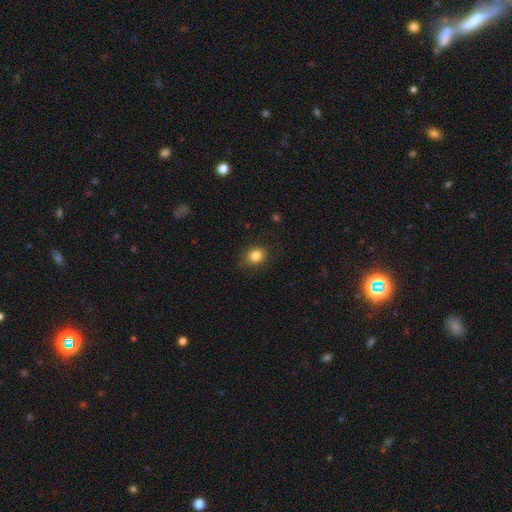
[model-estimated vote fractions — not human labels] A smooth galaxy with no disk features (83%) that is round (67%). Merging: none (85%).